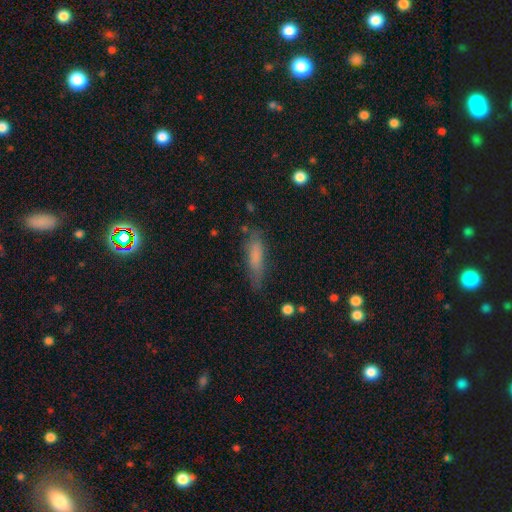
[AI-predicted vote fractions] Q: Smooth or featured?
A: smooth (74%); runner-up: featured or disk (18%)
Q: How rounded?
A: cigar-shaped (70%); runner-up: in between (28%)
Q: Merging?
A: none (72%); runner-up: minor disturbance (20%)